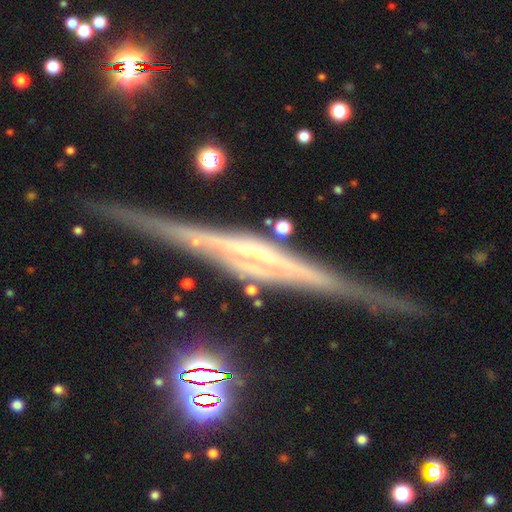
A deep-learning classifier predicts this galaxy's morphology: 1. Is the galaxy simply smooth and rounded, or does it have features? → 85% featured or disk, 8% star or artifact, 7% smooth.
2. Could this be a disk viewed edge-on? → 98% yes, 2% no.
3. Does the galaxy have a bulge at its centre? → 41% boxy, 39% rounded, 21% none.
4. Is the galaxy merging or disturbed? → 86% none, 10% minor disturbance, 2% major disturbance, 2% merger.